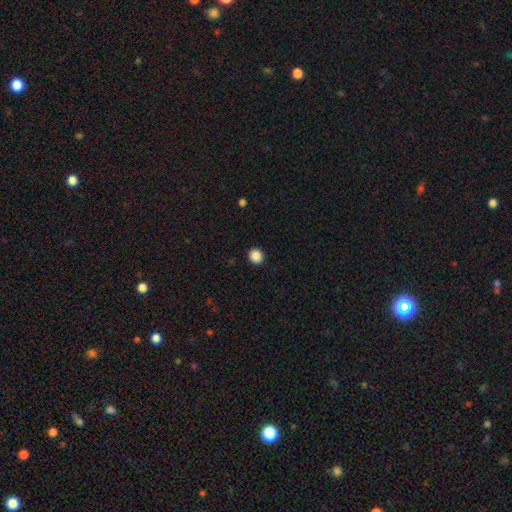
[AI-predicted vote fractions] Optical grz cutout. It shows a smooth galaxy with no disk features (88%) that is round (92%). Merging: none (93%).